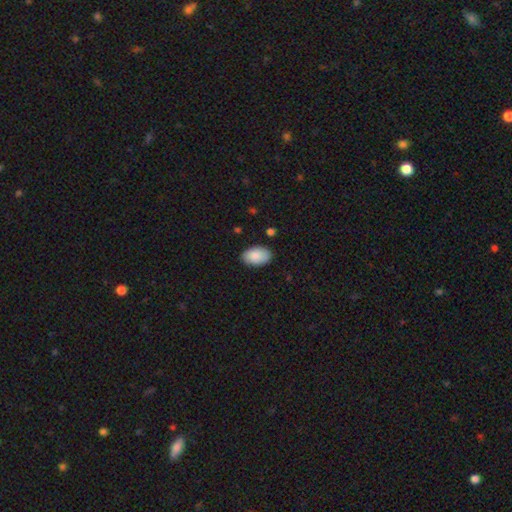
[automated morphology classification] type=smooth (87%); roundness=in between (93%); merging=none (84%).